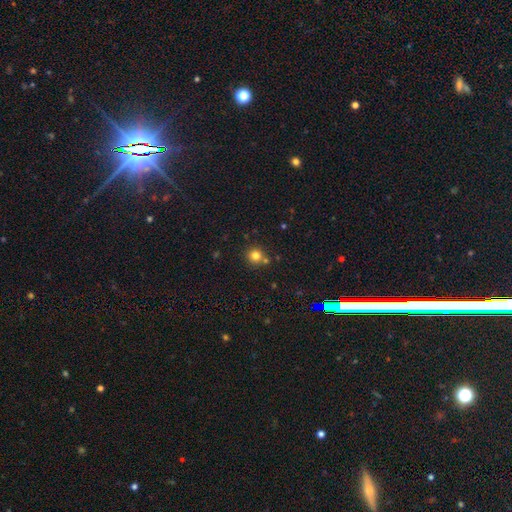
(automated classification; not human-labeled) Q: Smooth or featured?
A: smooth (79%); runner-up: star or artifact (15%)
Q: How rounded?
A: round (93%); runner-up: in between (7%)
Q: Merging?
A: none (74%); runner-up: merger (15%)